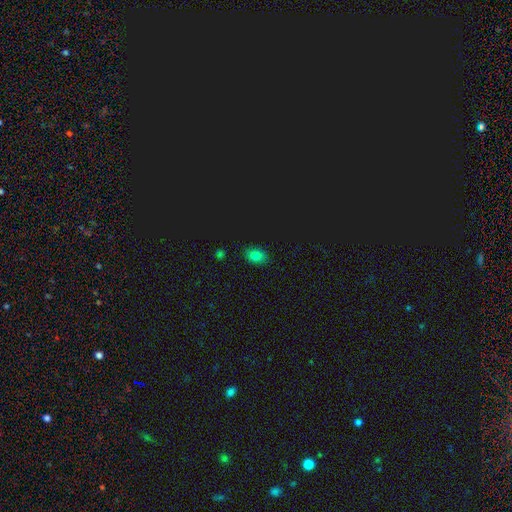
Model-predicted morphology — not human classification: smooth-or-featured: smooth: 74% | star or artifact: 19% | featured or disk: 7%
  how-rounded: in between: 69% | round: 29% | cigar-shaped: 1%
  merging: none: 85% | minor disturbance: 11% | major disturbance: 2% | merger: 1%